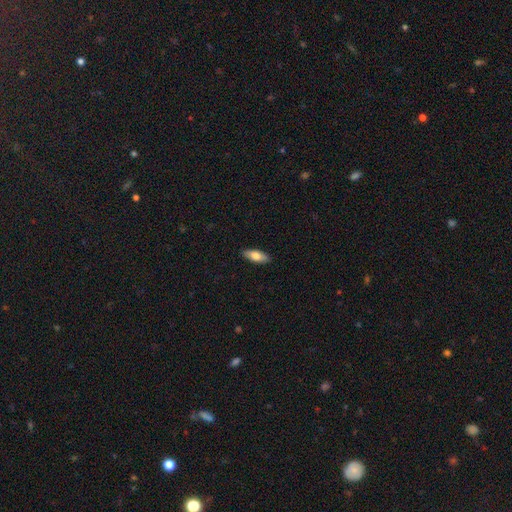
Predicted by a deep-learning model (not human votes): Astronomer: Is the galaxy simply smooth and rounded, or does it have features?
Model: smooth — 77%.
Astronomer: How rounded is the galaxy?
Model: in between — 75%.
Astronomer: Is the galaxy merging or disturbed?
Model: none — 89%.